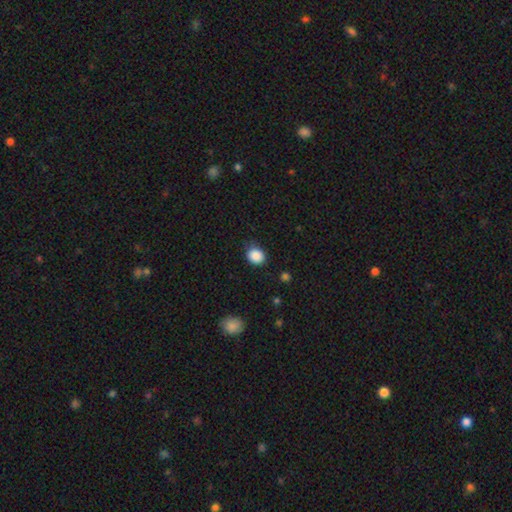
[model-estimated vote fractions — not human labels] Overall: smooth (87%). How rounded: round (62%; in between 37%). Merging: none (77%).